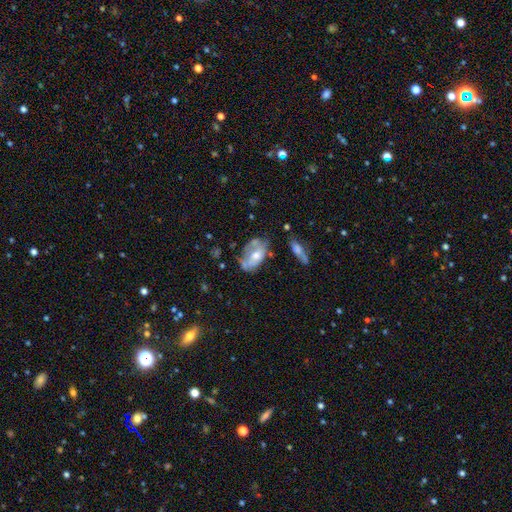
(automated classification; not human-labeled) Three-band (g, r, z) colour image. It shows a featured or disk galaxy (51%). Merging: none (39%).